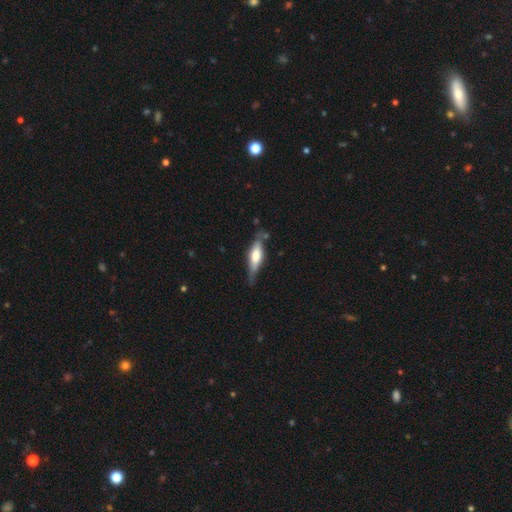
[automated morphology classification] Smooth or featured? featured or disk (54%)
Edge-on disk? yes (90%)
Merging? none (72%)